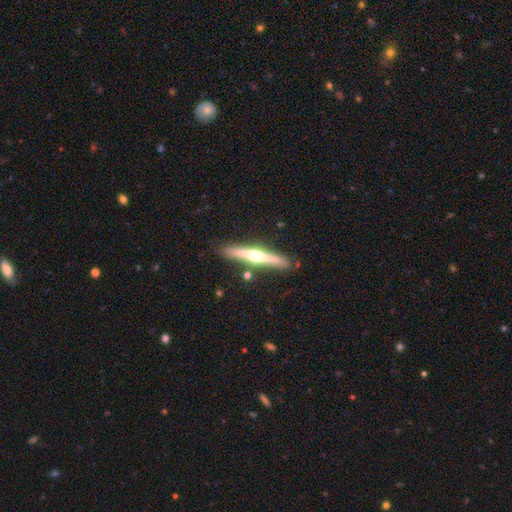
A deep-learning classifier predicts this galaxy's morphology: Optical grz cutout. It shows a featured or disk galaxy (68%) viewed edge-on (97%) with a rounded central bulge (92%). Merging: none (85%).